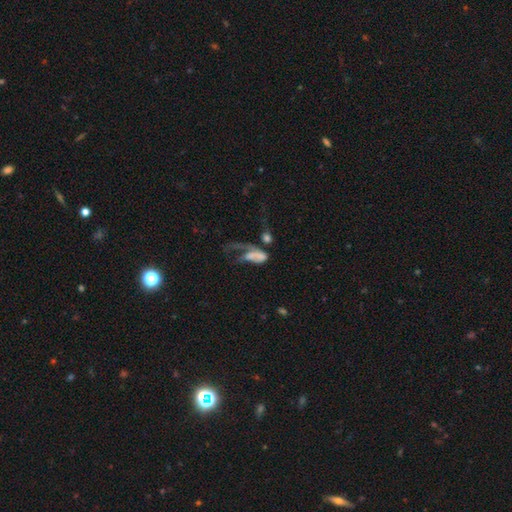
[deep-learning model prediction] Smooth or featured?
  - smooth: 47% *
  - featured or disk: 41%
  - star or artifact: 12%
Merging?
  - major disturbance: 53% *
  - merger: 26%
  - none: 12%
  - minor disturbance: 9%